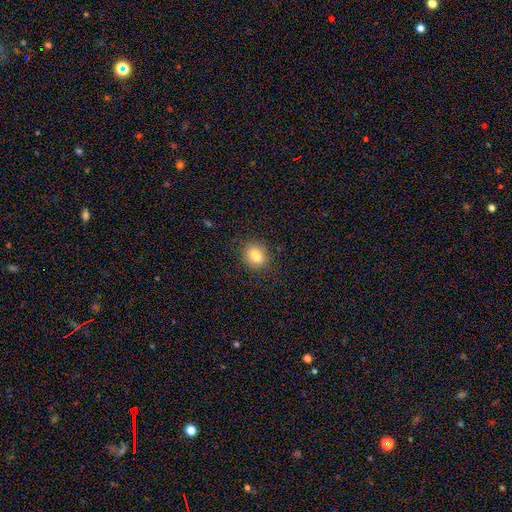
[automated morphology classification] A smooth galaxy with no disk features (80%) that is round (56%).

Vote fractions:
- Smooth or featured? smooth: 80% / star or artifact: 11% / featured or disk: 9%
- How rounded? round: 56% / in between: 42% / cigar-shaped: 1%
- Merging? none: 85% / minor disturbance: 10% / major disturbance: 3% / merger: 1%